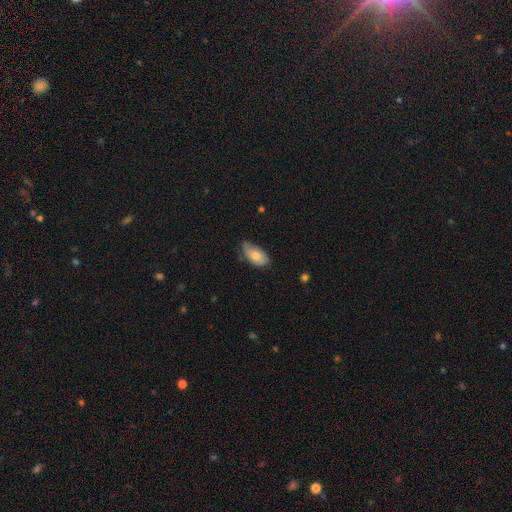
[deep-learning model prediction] Smooth or featured?
  - smooth: 75% *
  - featured or disk: 18%
  - star or artifact: 7%
How rounded?
  - in between: 93% *
  - round: 4%
  - cigar-shaped: 3%
Merging?
  - none: 56% *
  - minor disturbance: 36%
  - major disturbance: 6%
  - merger: 2%